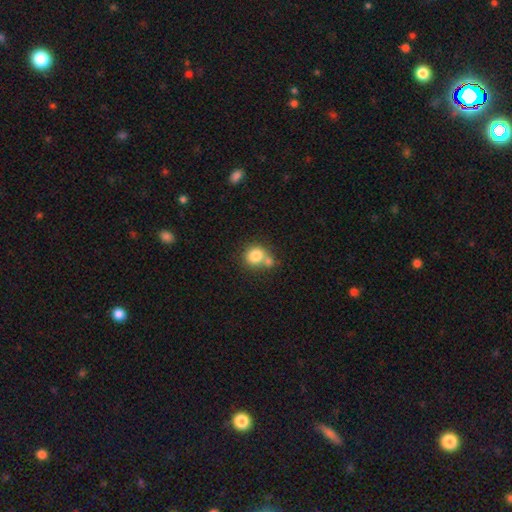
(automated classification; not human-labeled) Morphology: type=smooth (81%); roundness=round (83%); merging=none (44%).